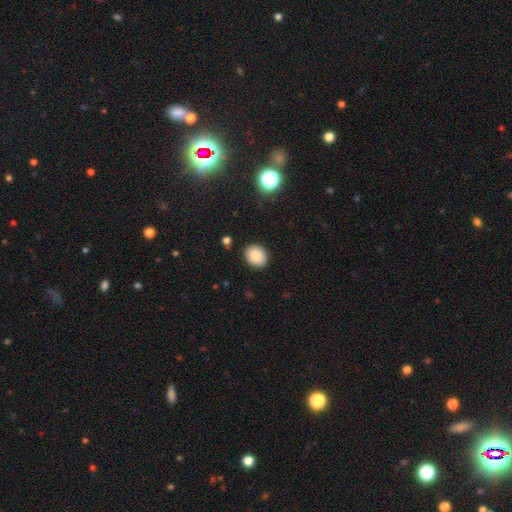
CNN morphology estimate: Smooth or featured: smooth — 86% (star or artifact — 9%)
How rounded: round — 54% (in between — 45%)
Merging: none — 89% (minor disturbance — 7%)